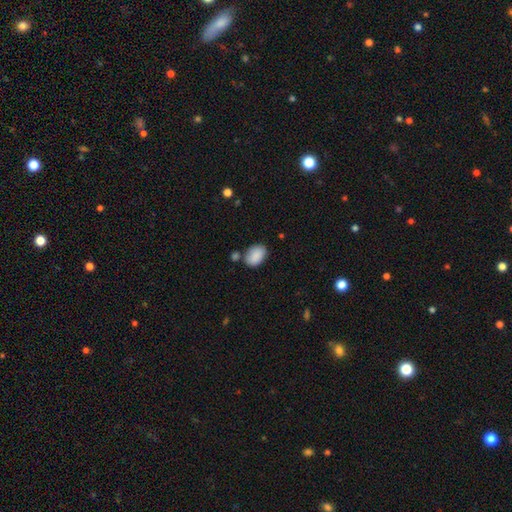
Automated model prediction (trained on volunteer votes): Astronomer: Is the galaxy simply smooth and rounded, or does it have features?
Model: smooth — 88%.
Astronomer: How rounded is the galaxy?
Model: in between — 84%.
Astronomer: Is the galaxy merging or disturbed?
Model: none — 67%.